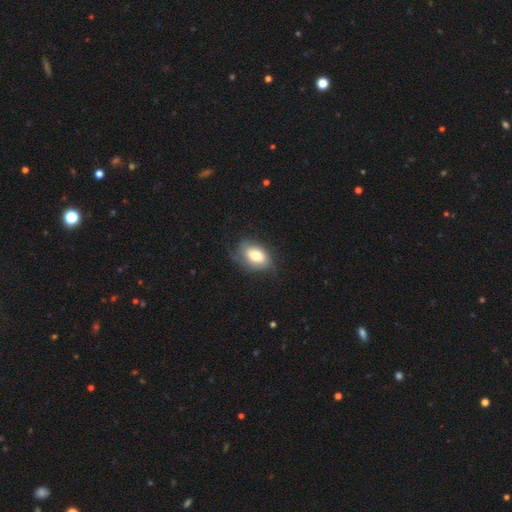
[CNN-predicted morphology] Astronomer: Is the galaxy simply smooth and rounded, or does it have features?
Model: smooth — 61%.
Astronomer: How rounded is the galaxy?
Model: in between — 87%.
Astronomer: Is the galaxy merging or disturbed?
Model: none — 56%.